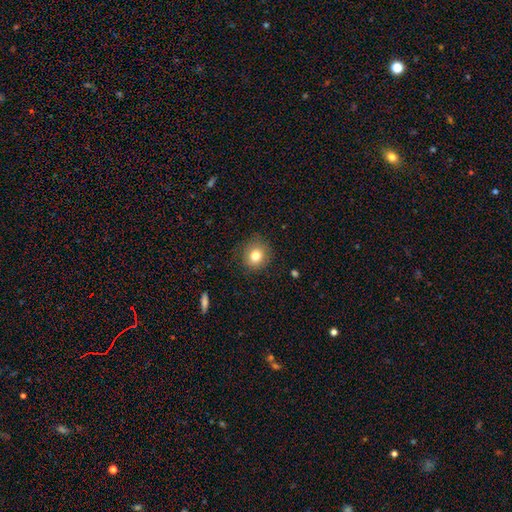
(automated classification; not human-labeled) smooth_or_featured: smooth (p=0.80) [alt: star or artifact p=0.10]
how_rounded: round (p=0.83) [alt: in between p=0.16]
merging: none (p=0.85) [alt: minor disturbance p=0.11]